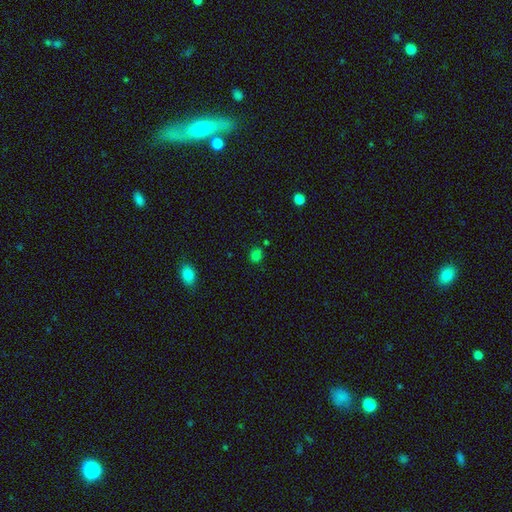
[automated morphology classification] type=smooth (74%); roundness=round (78%); merging=none (74%).